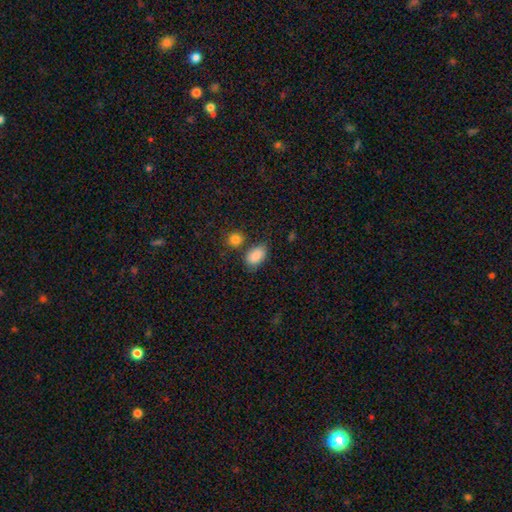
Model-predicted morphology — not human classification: smooth 87%, star or artifact 7%, featured or disk 6%. Down the decision tree: how rounded — in between (90%); merging — none (65%).